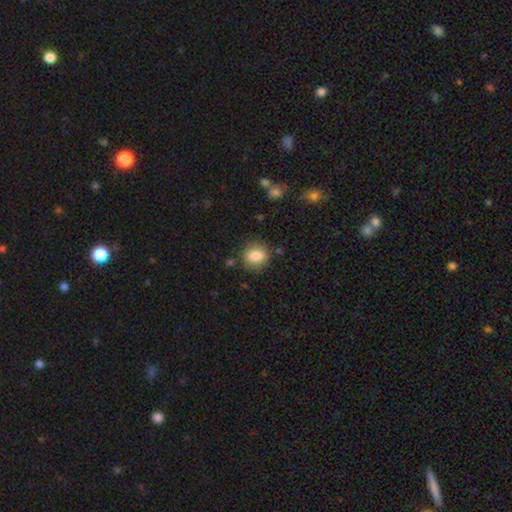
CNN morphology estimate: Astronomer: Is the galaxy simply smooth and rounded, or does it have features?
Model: smooth — 82%.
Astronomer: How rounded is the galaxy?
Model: round — 69%.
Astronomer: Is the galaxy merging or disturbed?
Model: none — 83%.